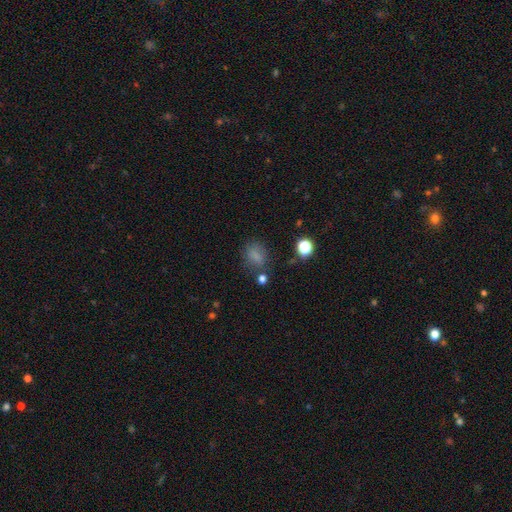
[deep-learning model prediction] A smooth galaxy with no disk features (73%) that is in between round and cigar-shaped (57%).

Vote fractions:
- Smooth or featured? smooth: 73% / star or artifact: 17% / featured or disk: 10%
- How rounded? in between: 57% / round: 40% / cigar-shaped: 3%
- Merging? none: 68% / minor disturbance: 18% / major disturbance: 8% / merger: 6%